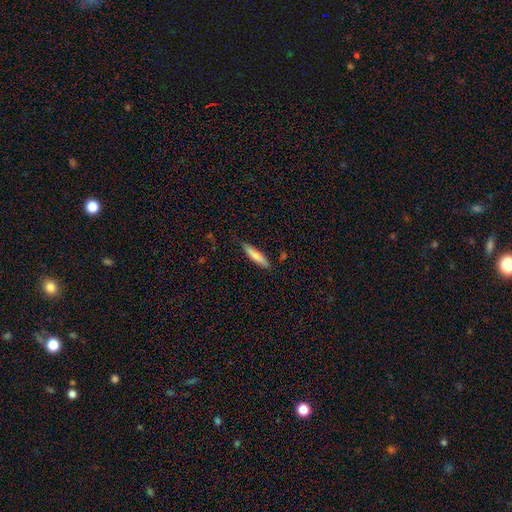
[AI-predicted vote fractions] This is likely a smooth galaxy (78%). How rounded: clearly cigar-shaped (83%). Merging: clearly none (84%).